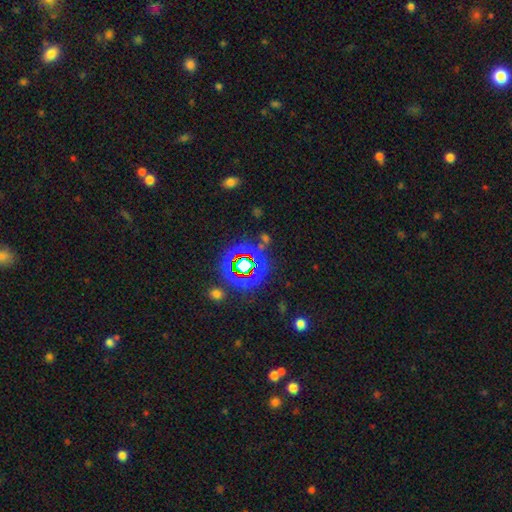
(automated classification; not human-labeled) Overall: star or artifact (61%).